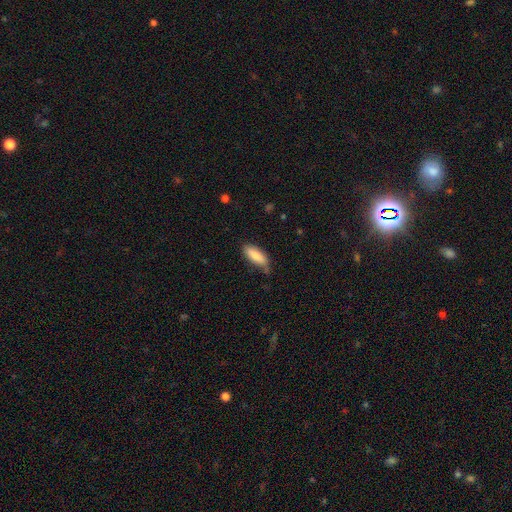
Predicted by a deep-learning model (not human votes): smooth 83%, featured or disk 10%, star or artifact 6%. Down the decision tree: how rounded — in between (70%); merging — none (67%).